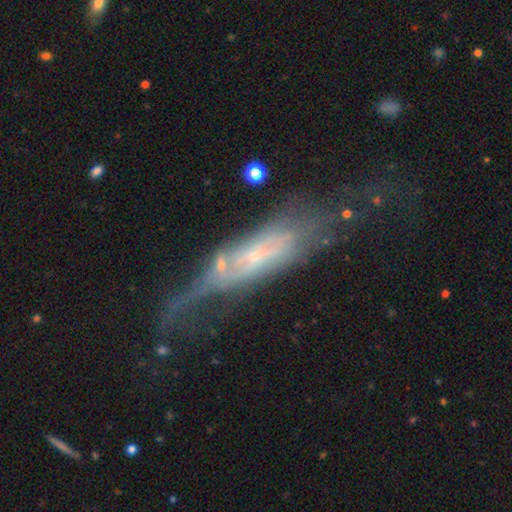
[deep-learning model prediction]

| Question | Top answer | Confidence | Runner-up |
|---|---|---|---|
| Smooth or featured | featured or disk | 65% | smooth (25%) |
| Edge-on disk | no | 62% | yes (38%) |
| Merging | none | 32% | tied: major disturbance (32%) |